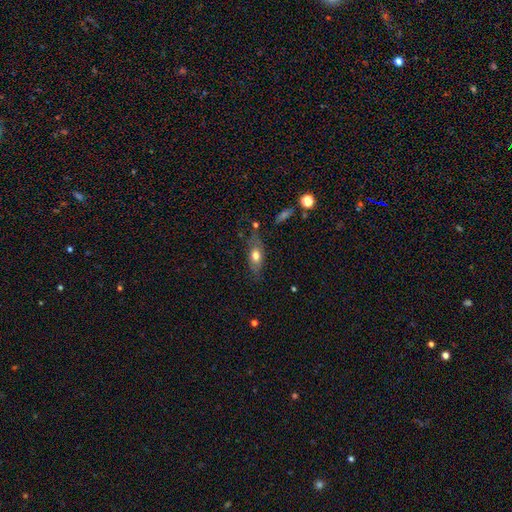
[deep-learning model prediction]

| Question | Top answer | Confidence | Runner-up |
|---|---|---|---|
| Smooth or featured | smooth | 65% | featured or disk (27%) |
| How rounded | in between | 72% | cigar-shaped (22%) |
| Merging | none | 66% | minor disturbance (22%) |